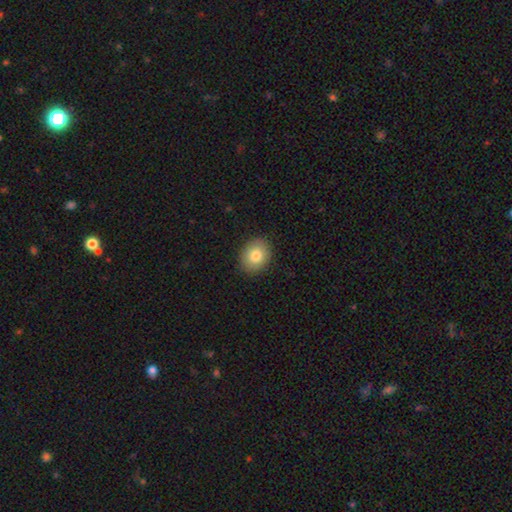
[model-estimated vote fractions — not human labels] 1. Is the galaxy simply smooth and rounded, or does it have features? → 81% smooth, 10% featured or disk, 9% star or artifact.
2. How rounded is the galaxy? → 50% in between, 49% round, 1% cigar-shaped.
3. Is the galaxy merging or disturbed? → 89% none, 8% minor disturbance, 2% major disturbance, 1% merger.